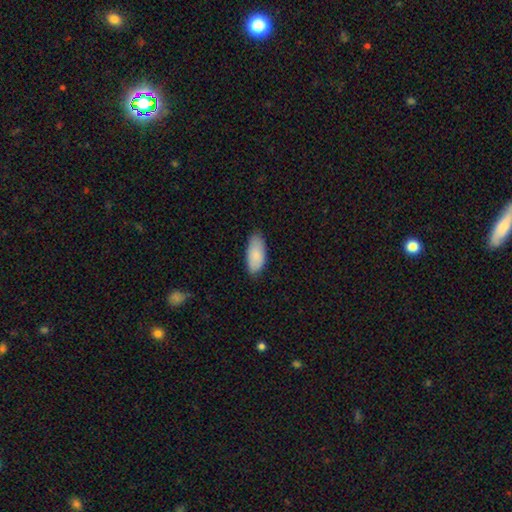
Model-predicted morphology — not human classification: The model was most divided on "merging": none: 77%, minor disturbance: 19%, major disturbance: 3%, merger: 1%. More confident: how rounded — in between (91%); smooth or featured — smooth (87%).